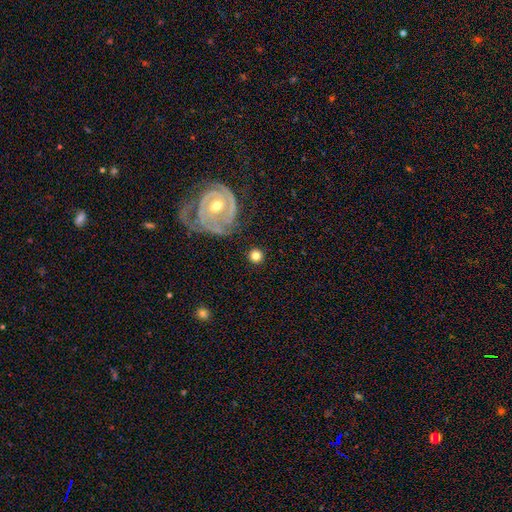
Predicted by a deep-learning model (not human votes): This appears to be a smooth galaxy with no disk features (75%) that is round (92%). Merging: none (86%).